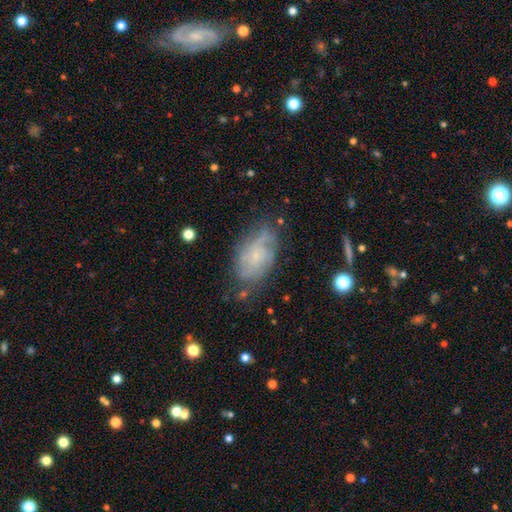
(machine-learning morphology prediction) The model was most divided on "spiral winding": tight: 48%, medium: 37%, loose: 15%. Remaining: edge-on disk — no (95%); spiral arms — yes (86%); bar — no (72%); bulge size — small (69%); smooth or featured — featured or disk (66%); merging — none (63%); spiral arm count — can't tell (45%).